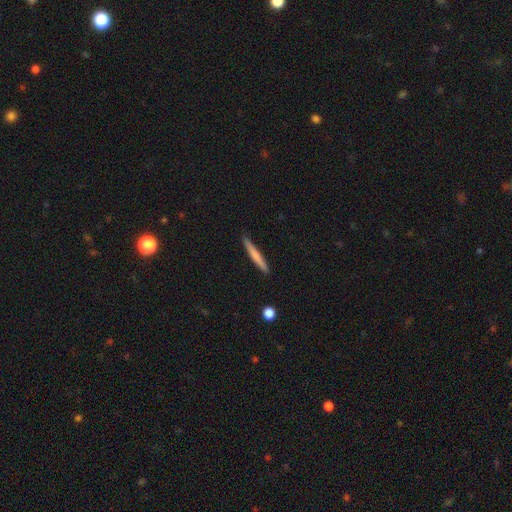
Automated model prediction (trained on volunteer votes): Smooth or featured?
  - smooth: 64% *
  - featured or disk: 31%
  - star or artifact: 5%
How rounded?
  - cigar-shaped: 96% *
  - in between: 3%
  - round: 1%
Merging?
  - none: 90% *
  - minor disturbance: 7%
  - major disturbance: 1%
  - merger: 1%